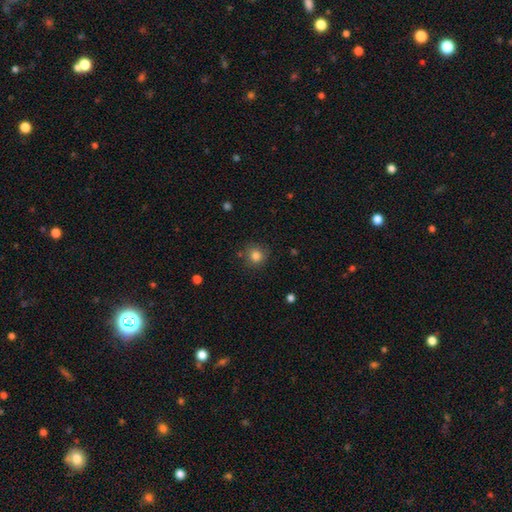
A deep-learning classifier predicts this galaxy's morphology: smooth_or_featured: smooth (p=0.83) [alt: star or artifact p=0.11]
how_rounded: round (p=0.90) [alt: in between p=0.09]
merging: none (p=0.82) [alt: minor disturbance p=0.12]